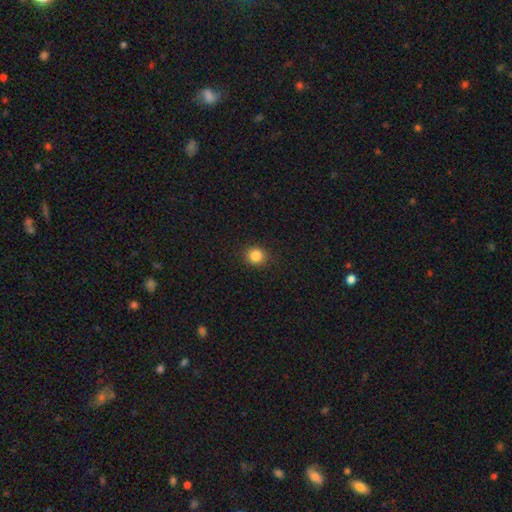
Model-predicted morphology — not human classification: A smooth galaxy with no disk features (85%) that is round (85%).

Vote fractions:
- Smooth or featured? smooth: 85% / star or artifact: 11% / featured or disk: 4%
- How rounded? round: 85% / in between: 14% / cigar-shaped: 1%
- Merging? none: 90% / minor disturbance: 7% / major disturbance: 2% / merger: 1%